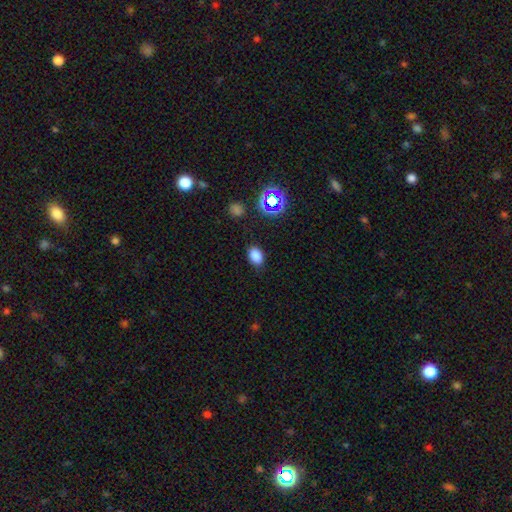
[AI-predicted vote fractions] Smooth or featured? Predicted: smooth (p=0.81). How rounded? Predicted: in between (p=0.79). Merging? Predicted: none (p=0.85).